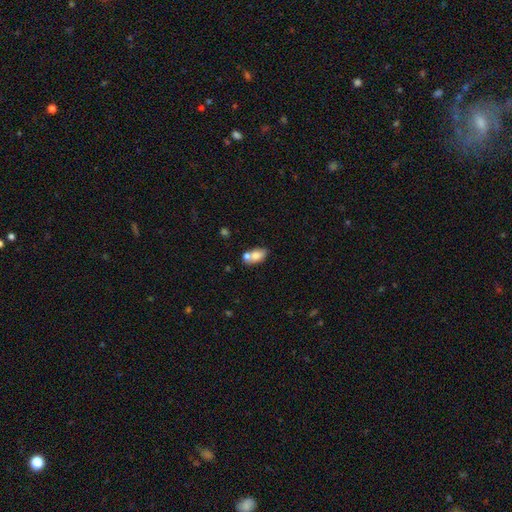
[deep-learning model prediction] Overall: smooth (72%). How rounded: in between (85%). Merging: merger (43%; none 40%).